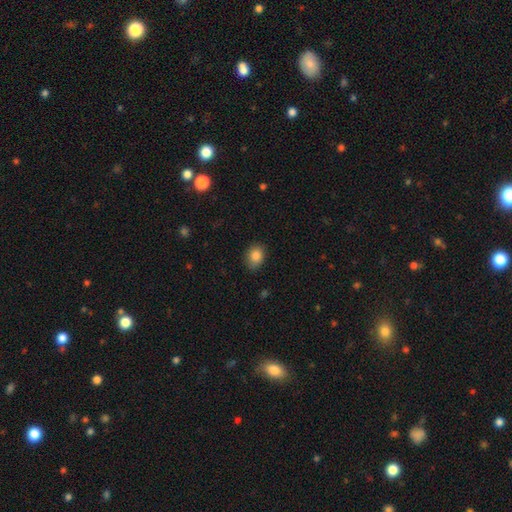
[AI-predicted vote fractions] A smooth galaxy with no disk features (87%) that is in between round and cigar-shaped (63%). Merging: none (81%).